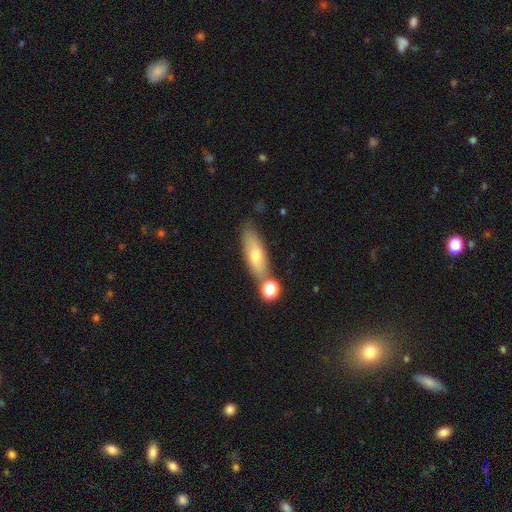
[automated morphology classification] This appears to be a smooth galaxy with no disk features (63%) that is in between round and cigar-shaped (54%). Merging: none (69%).